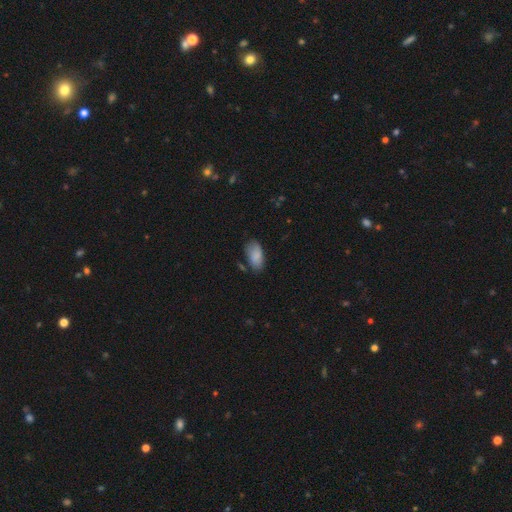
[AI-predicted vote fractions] This is clearly a smooth galaxy (87%). How rounded: clearly in between (94%). Merging: likely none (70%).